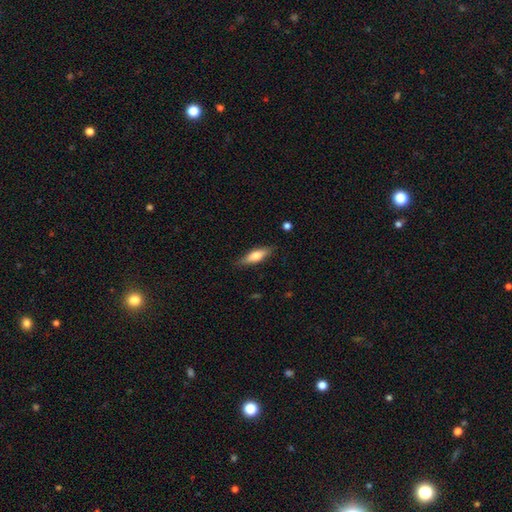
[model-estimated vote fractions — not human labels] smooth_or_featured: smooth (p=0.65) [alt: featured or disk p=0.29]
how_rounded: cigar-shaped (p=0.51) [alt: in between p=0.47]
merging: none (p=0.83) [alt: minor disturbance p=0.13]